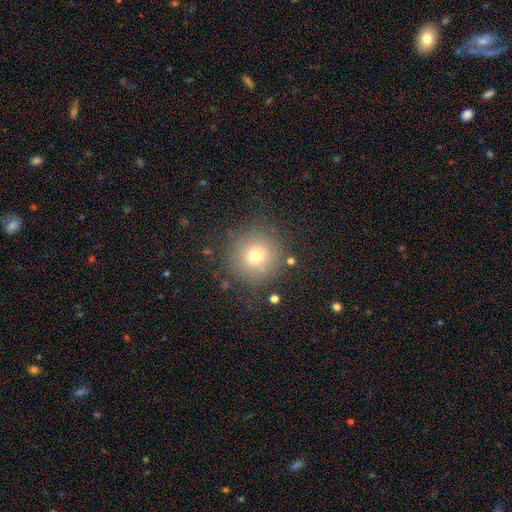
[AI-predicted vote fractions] Smooth or featured?
  - smooth: 70% *
  - star or artifact: 16%
  - featured or disk: 13%
How rounded?
  - round: 94% *
  - in between: 5%
  - cigar-shaped: 1%
Merging?
  - none: 83% *
  - minor disturbance: 10%
  - major disturbance: 5%
  - merger: 2%